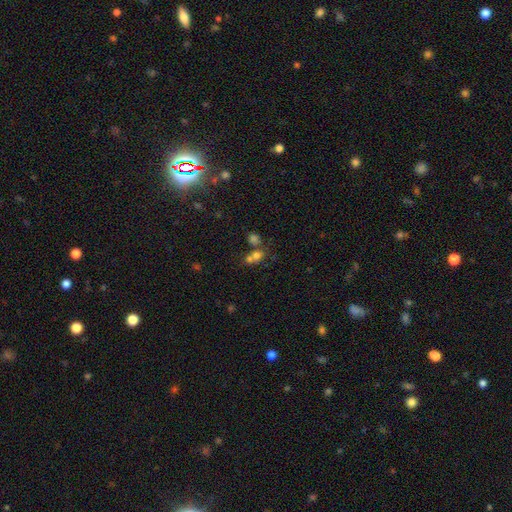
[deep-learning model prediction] Smooth or featured? Predicted: smooth (p=0.66). How rounded? Predicted: round (p=0.69). Merging? Predicted: merger (p=0.49).